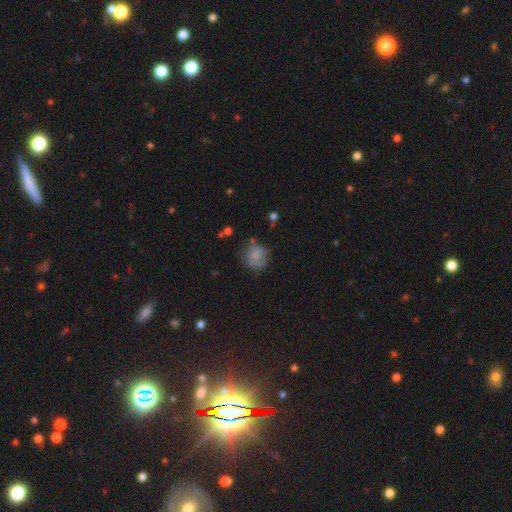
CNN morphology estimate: Q: Smooth or featured?
A: smooth (76%); runner-up: featured or disk (13%)
Q: How rounded?
A: round (75%); runner-up: in between (24%)
Q: Merging?
A: none (62%); runner-up: minor disturbance (24%)